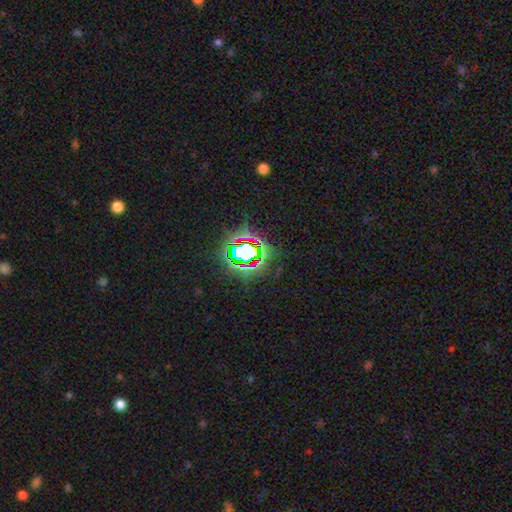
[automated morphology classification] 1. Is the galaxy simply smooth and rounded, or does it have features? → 77% star or artifact, 13% smooth, 10% featured or disk.